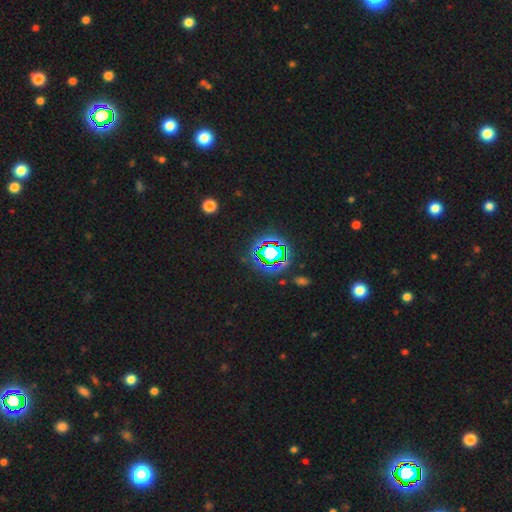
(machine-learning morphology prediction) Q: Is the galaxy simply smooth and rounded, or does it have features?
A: star or artifact — 79%.